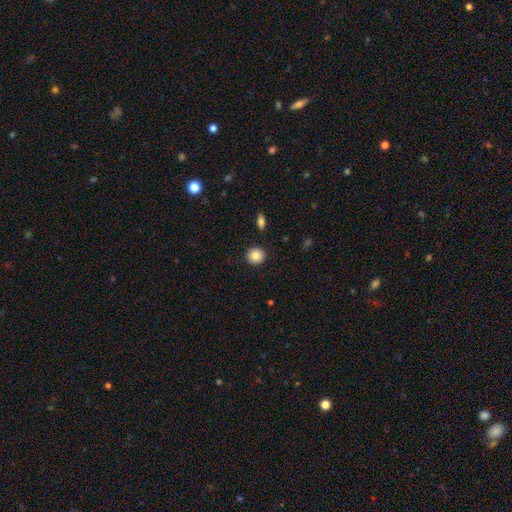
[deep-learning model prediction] This is clearly a smooth galaxy (85%). How rounded: clearly round (90%). Merging: clearly none (91%).